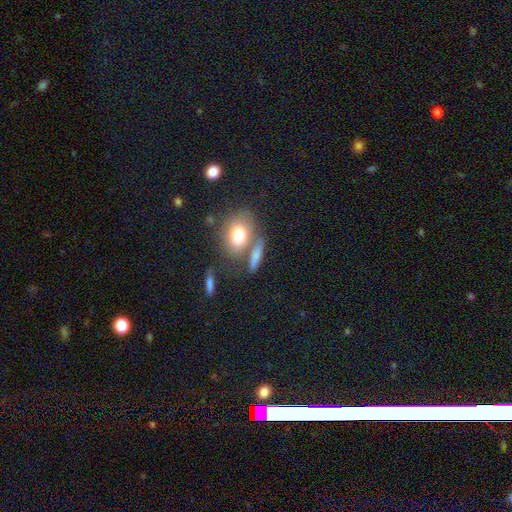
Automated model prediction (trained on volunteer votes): Smooth or featured?
  - smooth: 71% *
  - featured or disk: 19%
  - star or artifact: 10%
How rounded?
  - in between: 50% *
  - cigar-shaped: 34%
  - round: 17%
Merging?
  - none: 55% *
  - merger: 26%
  - minor disturbance: 13%
  - major disturbance: 6%